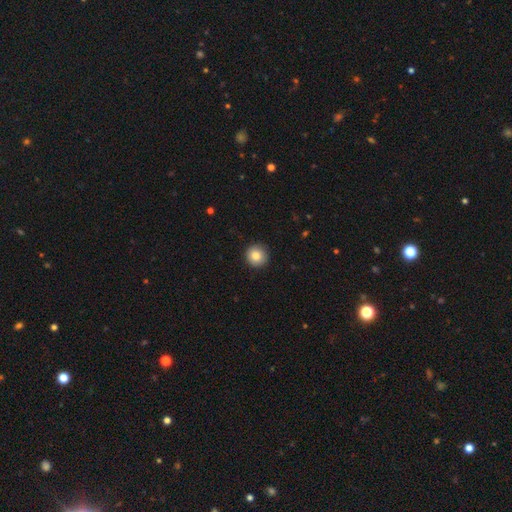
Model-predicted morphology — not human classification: smooth-or-featured: smooth: 84% | star or artifact: 9% | featured or disk: 8%
  how-rounded: round: 95% | in between: 4% | cigar-shaped: 1%
  merging: none: 92% | minor disturbance: 6% | major disturbance: 2% | merger: 1%